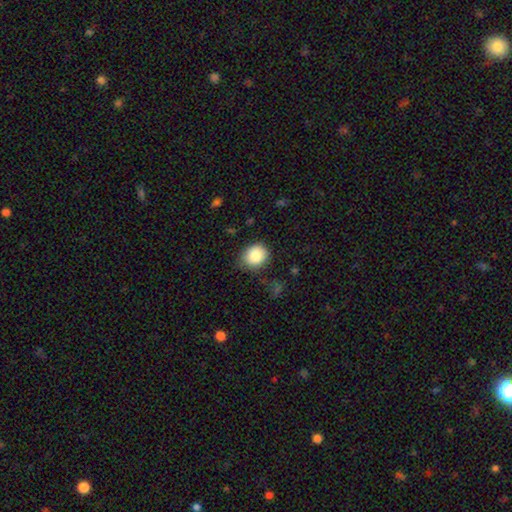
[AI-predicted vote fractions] The model was most divided on "how rounded": round: 68%, in between: 31%, cigar-shaped: 1%. More confident: smooth or featured — smooth (86%); merging — none (73%).